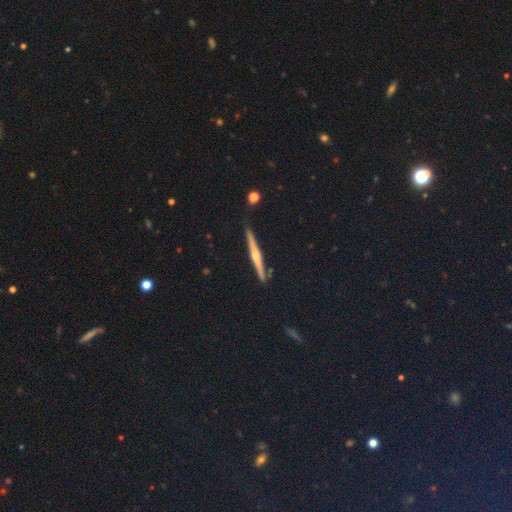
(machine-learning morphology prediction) featured or disk 69%, smooth 23%, star or artifact 8%. Down the decision tree: edge-on disk — yes (98%); edge-on bulge — rounded (73%); merging — none (88%).